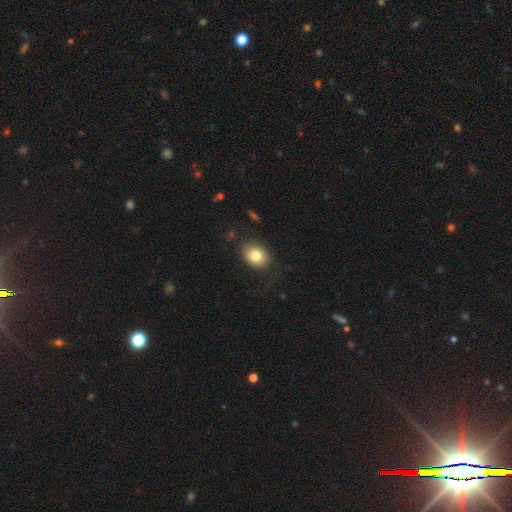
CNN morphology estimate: smooth-or-featured: smooth: 80% | featured or disk: 11% | star or artifact: 9%
  how-rounded: in between: 57% | round: 42% | cigar-shaped: 1%
  merging: none: 79% | minor disturbance: 14% | major disturbance: 5% | merger: 2%